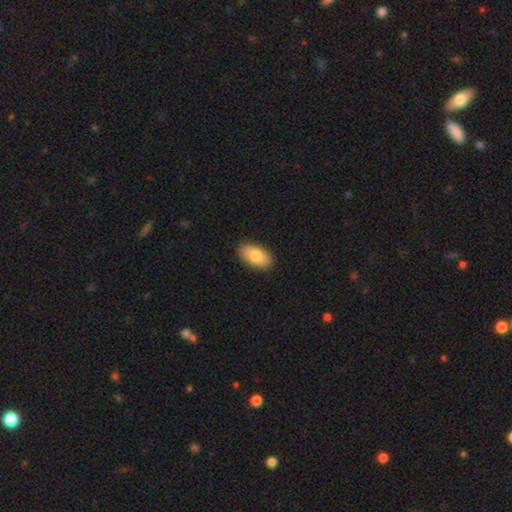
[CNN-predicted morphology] smooth 84%, featured or disk 10%, star or artifact 6%. Down the decision tree: how rounded — in between (94%); merging — none (88%).